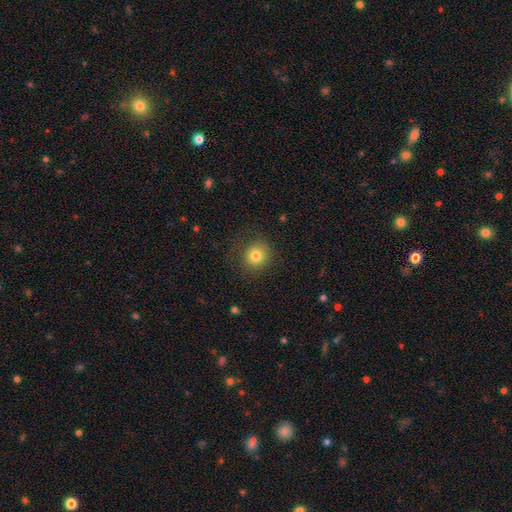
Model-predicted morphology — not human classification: A smooth galaxy with no disk features (80%) that is round (82%).

Vote fractions:
- Smooth or featured? smooth: 80% / star or artifact: 11% / featured or disk: 9%
- How rounded? round: 82% / in between: 17% / cigar-shaped: 1%
- Merging? none: 80% / minor disturbance: 13% / major disturbance: 6% / merger: 1%